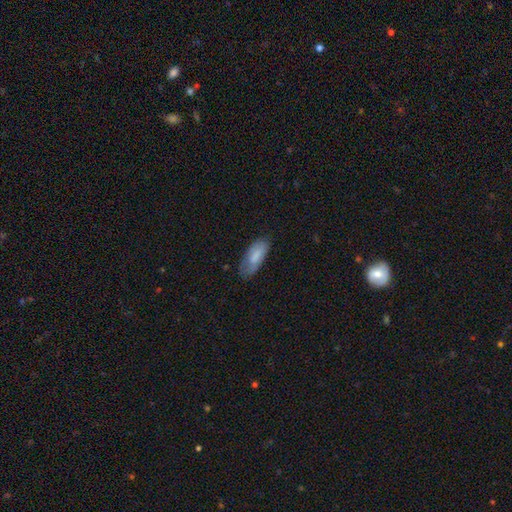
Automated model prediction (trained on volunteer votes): This appears to be a smooth galaxy with no disk features (79%) that is in between round and cigar-shaped (82%). Merging: none (66%).